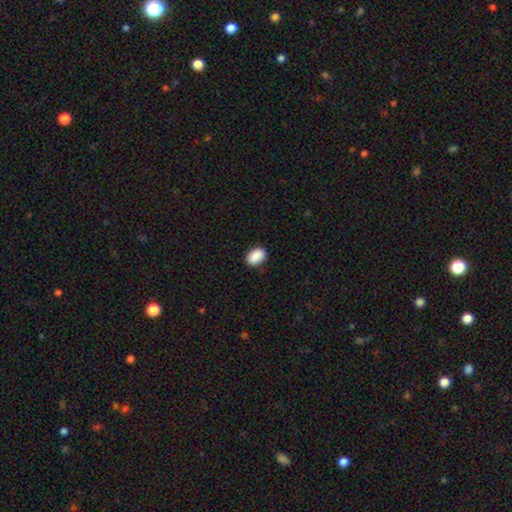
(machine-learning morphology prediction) Smooth or featured?
  - smooth: 90% *
  - star or artifact: 7%
  - featured or disk: 3%
How rounded?
  - in between: 84% *
  - round: 15%
  - cigar-shaped: 1%
Merging?
  - none: 87% *
  - minor disturbance: 10%
  - major disturbance: 2%
  - merger: 1%